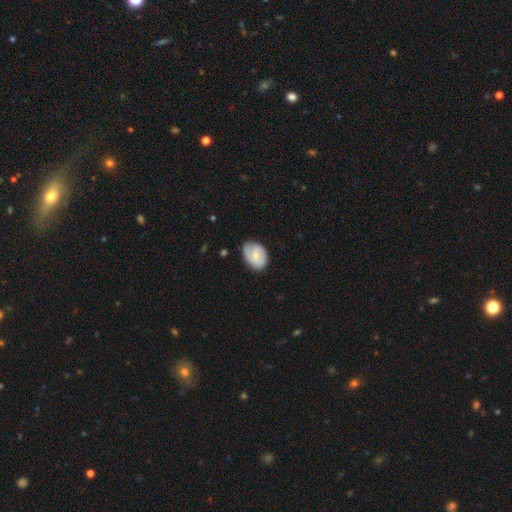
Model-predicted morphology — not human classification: A smooth galaxy with no disk features (56%) that is in between round and cigar-shaped (71%).

Vote fractions:
- Smooth or featured? smooth: 56% / featured or disk: 38% / star or artifact: 6%
- How rounded? in between: 71% / round: 28% / cigar-shaped: 1%
- Merging? none: 68% / minor disturbance: 26% / major disturbance: 5% / merger: 1%